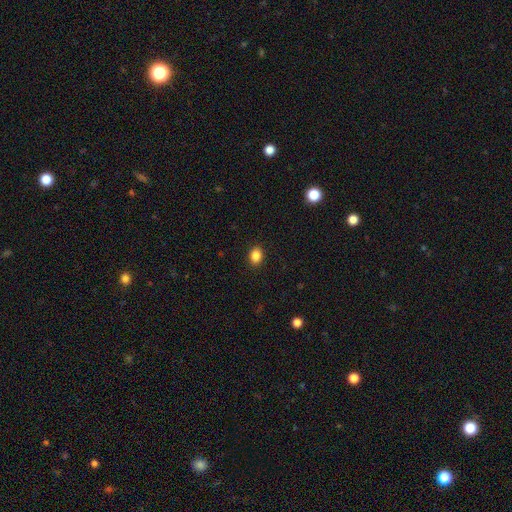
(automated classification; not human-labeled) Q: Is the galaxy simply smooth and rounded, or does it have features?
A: smooth — 87%.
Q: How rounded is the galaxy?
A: in between — 62%.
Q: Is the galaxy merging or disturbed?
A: none — 90%.